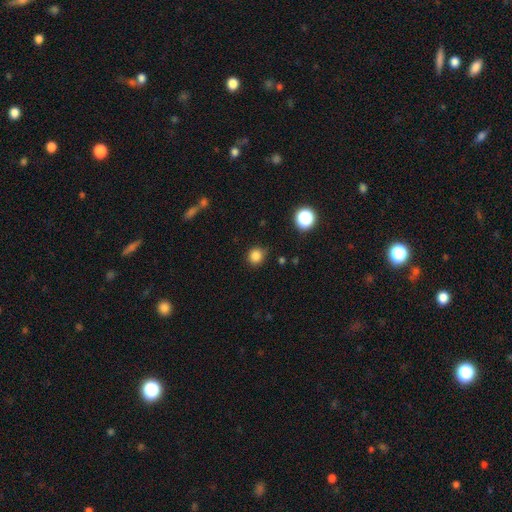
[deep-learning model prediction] The model was most divided on "merging": none: 81%, minor disturbance: 14%, major disturbance: 3%, merger: 2%. More confident: how rounded — round (88%); smooth or featured — smooth (84%).